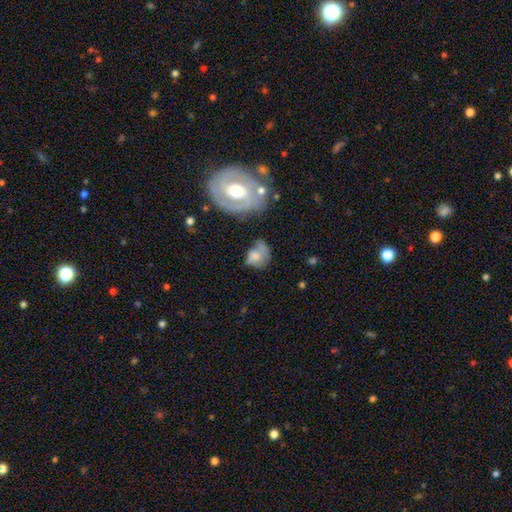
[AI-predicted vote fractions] smooth 60%, featured or disk 31%, star or artifact 9%. Down the decision tree: how rounded — in between (58%); merging — none (34%).